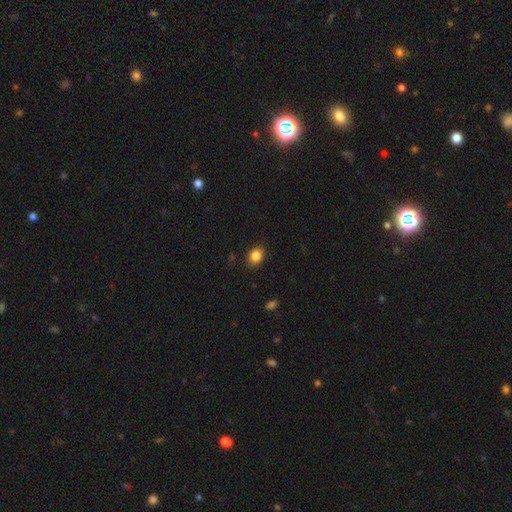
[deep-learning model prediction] This is clearly a smooth galaxy (85%). How rounded: possibly in between (58%). Merging: clearly none (86%).